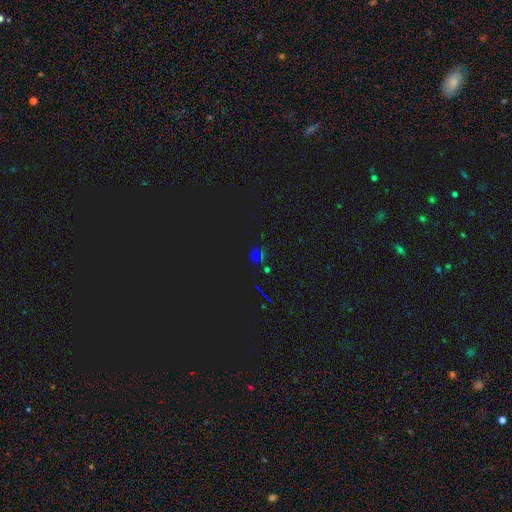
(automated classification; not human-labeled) smooth-or-featured: star or artifact: 62% | smooth: 27% | featured or disk: 11%